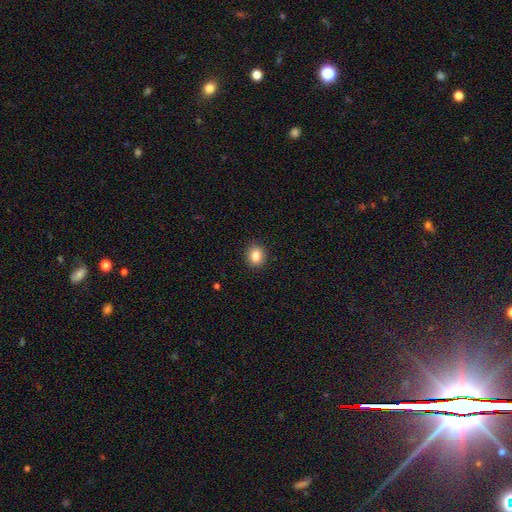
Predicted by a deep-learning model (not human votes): Morphology: type=smooth (87%); roundness=round (55%); merging=none (90%).